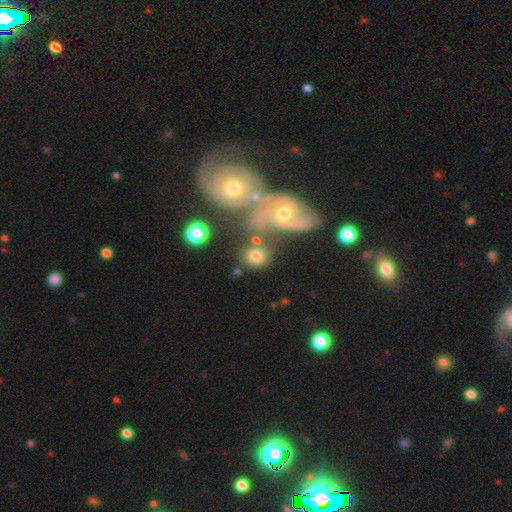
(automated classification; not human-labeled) Smooth or featured?
  - smooth: 68% *
  - featured or disk: 22%
  - star or artifact: 10%
How rounded?
  - round: 68% *
  - in between: 31%
  - cigar-shaped: 1%
Merging?
  - none: 53% *
  - merger: 26%
  - minor disturbance: 13%
  - major disturbance: 8%